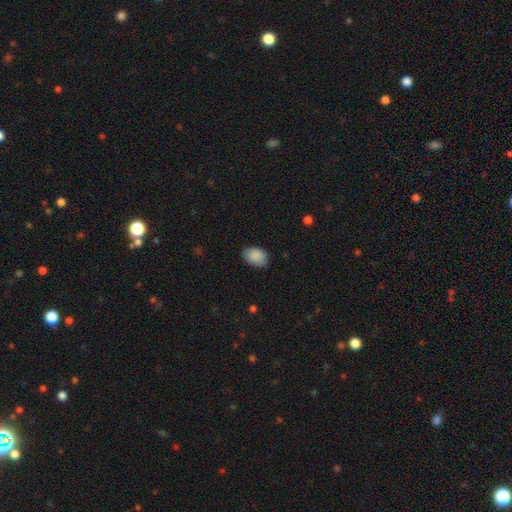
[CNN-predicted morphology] smooth-or-featured: smooth: 89% | star or artifact: 7% | featured or disk: 4%
  how-rounded: in between: 81% | round: 18% | cigar-shaped: 1%
  merging: none: 82% | minor disturbance: 15% | major disturbance: 3% | merger: 1%